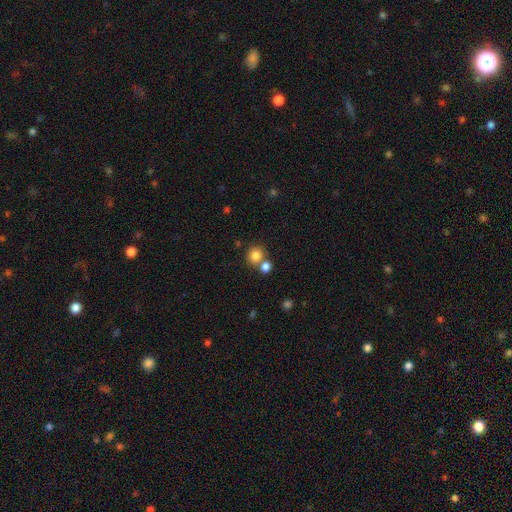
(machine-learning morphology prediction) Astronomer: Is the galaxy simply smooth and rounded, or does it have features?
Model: smooth — 82%.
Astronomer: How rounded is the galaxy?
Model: round — 83%.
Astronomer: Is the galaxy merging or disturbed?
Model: none — 59%.